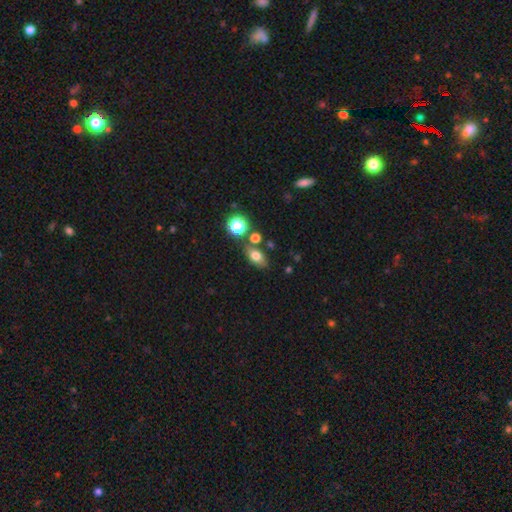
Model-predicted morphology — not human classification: smooth-or-featured: smooth: 71% | featured or disk: 15% | star or artifact: 13%
  how-rounded: in between: 78% | round: 16% | cigar-shaped: 6%
  merging: none: 72% | minor disturbance: 13% | merger: 11% | major disturbance: 4%